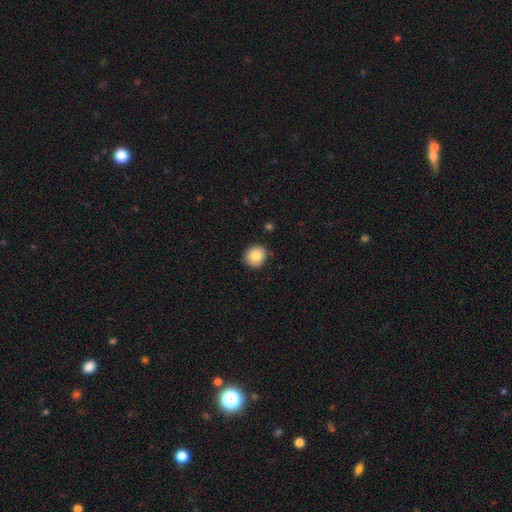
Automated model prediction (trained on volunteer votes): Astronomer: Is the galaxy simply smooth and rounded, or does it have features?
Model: smooth — 83%.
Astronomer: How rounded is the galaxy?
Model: round — 87%.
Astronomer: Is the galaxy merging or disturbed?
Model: none — 88%.